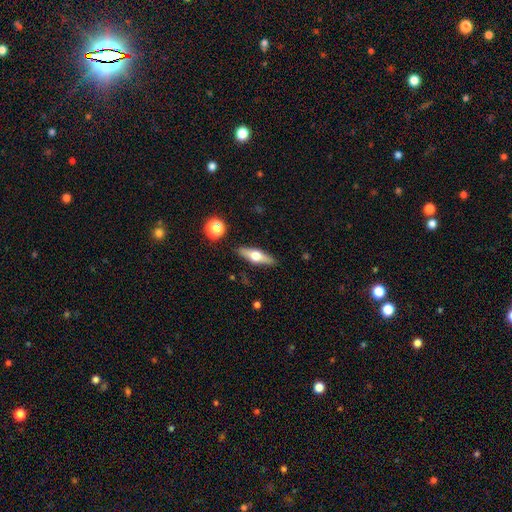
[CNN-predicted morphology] A featured or disk galaxy (53%) viewed edge-on (91%).

Vote fractions:
- Smooth or featured? featured or disk: 53% / smooth: 40% / star or artifact: 7%
- Edge-on disk? yes: 91% / no: 9%
- Merging? none: 88% / minor disturbance: 8% / major disturbance: 2% / merger: 2%